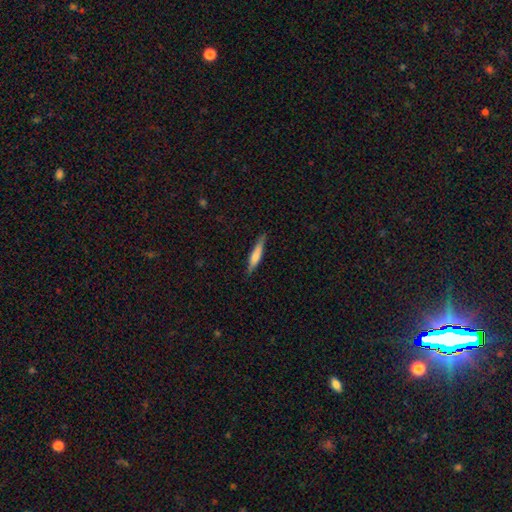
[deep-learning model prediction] The model was most divided on "smooth or featured": smooth: 65%, featured or disk: 30%, star or artifact: 6%. More confident: how rounded — cigar-shaped (90%); merging — none (84%).